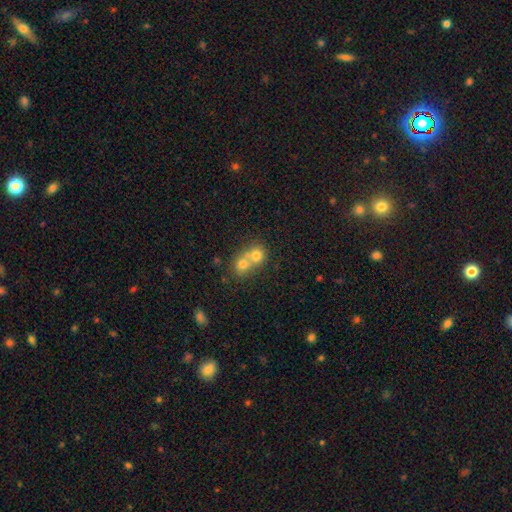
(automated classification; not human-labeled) smooth 68%, featured or disk 20%, star or artifact 12%. Down the decision tree: how rounded — round (76%); merging — merger (69%).